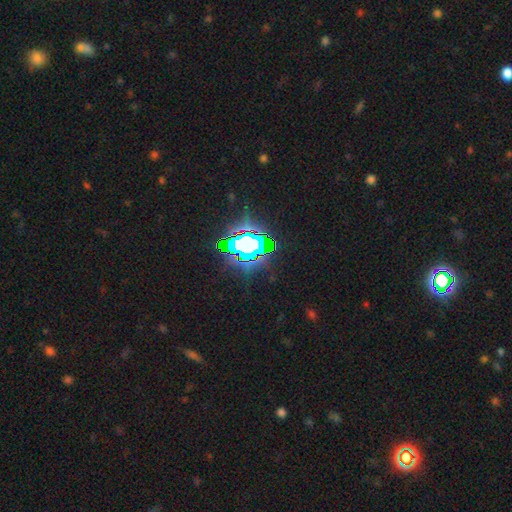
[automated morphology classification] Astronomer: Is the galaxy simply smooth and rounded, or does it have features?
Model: star or artifact — 72%.